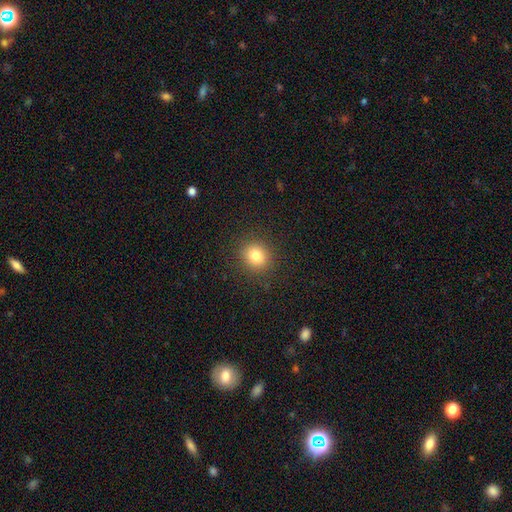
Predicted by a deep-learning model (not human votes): Smooth or featured?
  - smooth: 82% *
  - star or artifact: 11%
  - featured or disk: 7%
How rounded?
  - round: 74% *
  - in between: 25%
  - cigar-shaped: 1%
Merging?
  - none: 88% *
  - minor disturbance: 8%
  - major disturbance: 3%
  - merger: 1%